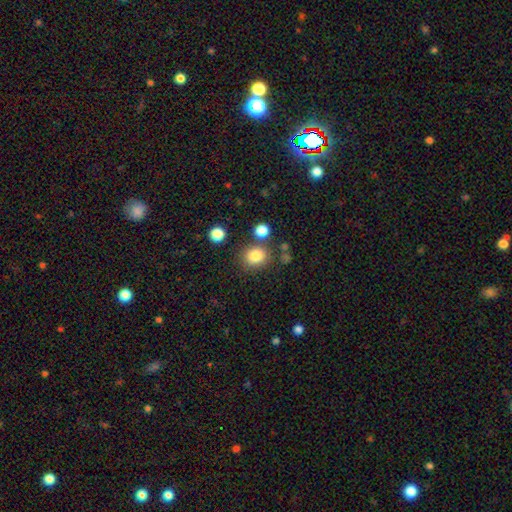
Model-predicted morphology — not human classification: Overall: smooth (82%). How rounded: round (75%). Merging: none (76%).